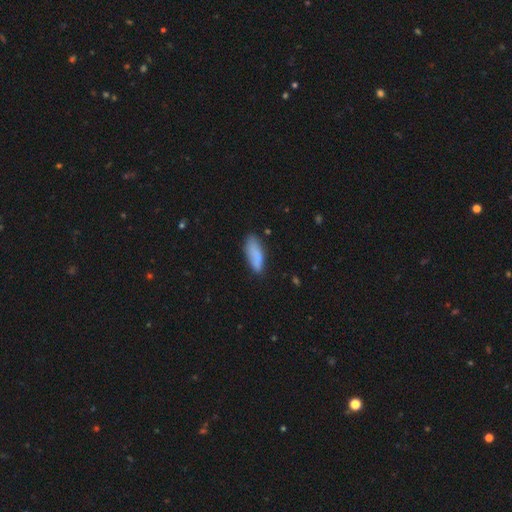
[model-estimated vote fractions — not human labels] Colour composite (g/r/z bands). It shows a smooth galaxy with no disk features (84%) that is in between round and cigar-shaped (65%). Merging: none (71%).